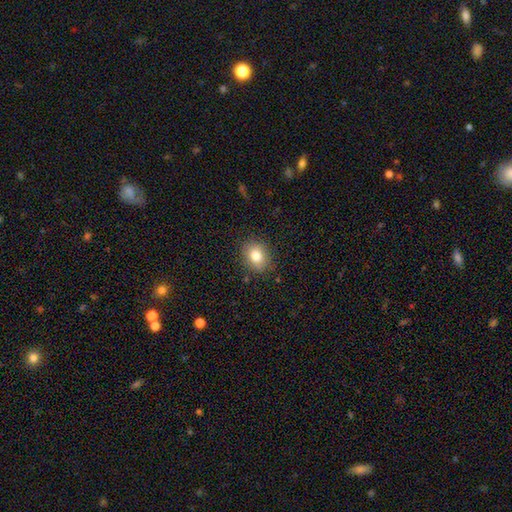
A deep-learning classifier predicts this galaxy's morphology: smooth-or-featured: smooth: 80% | star or artifact: 10% | featured or disk: 10%
  how-rounded: round: 52% | in between: 47% | cigar-shaped: 1%
  merging: none: 86% | minor disturbance: 10% | major disturbance: 3% | merger: 1%